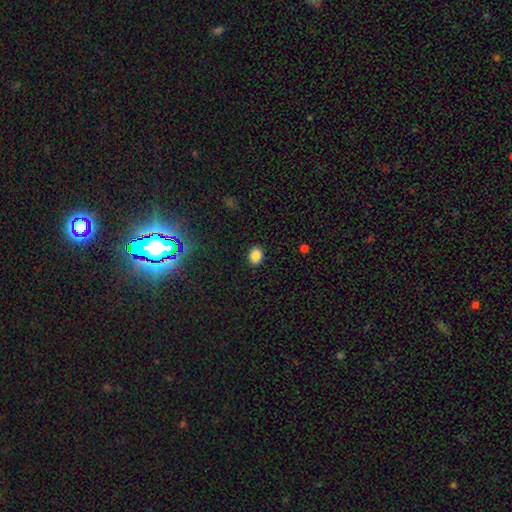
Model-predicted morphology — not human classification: smooth-or-featured: smooth: 86% | star or artifact: 10% | featured or disk: 4%
  how-rounded: in between: 52% | round: 47% | cigar-shaped: 1%
  merging: none: 90% | minor disturbance: 7% | major disturbance: 2% | merger: 1%